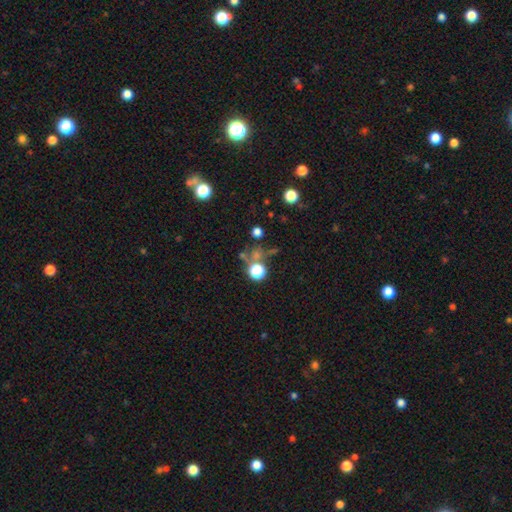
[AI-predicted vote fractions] Smooth or featured?
  - star or artifact: 50% *
  - smooth: 39%
  - featured or disk: 11%